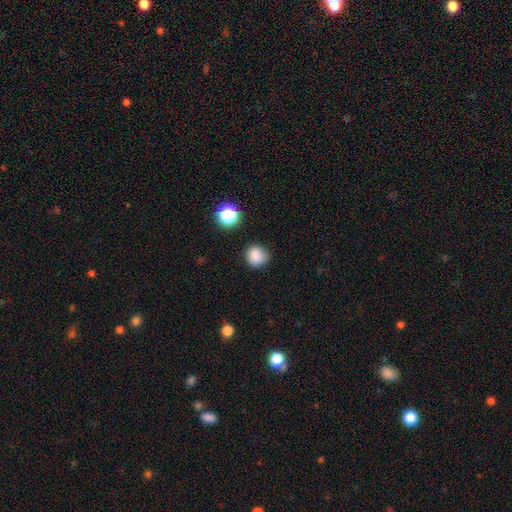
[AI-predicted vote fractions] smooth 83%, star or artifact 12%, featured or disk 5%. Down the decision tree: how rounded — round (87%); merging — none (81%).